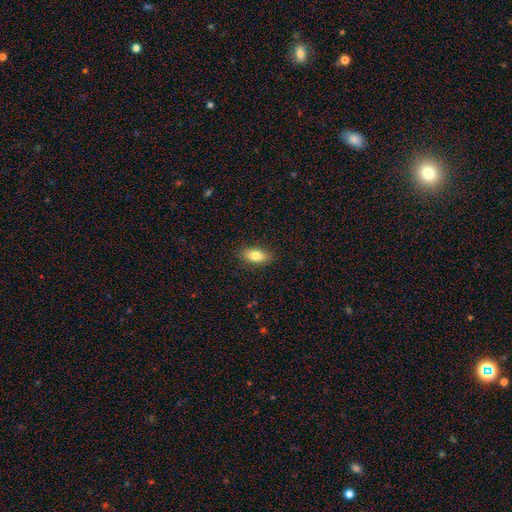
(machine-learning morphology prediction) Smooth or featured?
  - smooth: 83% *
  - featured or disk: 10%
  - star or artifact: 7%
How rounded?
  - in between: 87% *
  - cigar-shaped: 9%
  - round: 4%
Merging?
  - none: 88% *
  - minor disturbance: 9%
  - major disturbance: 2%
  - merger: 1%